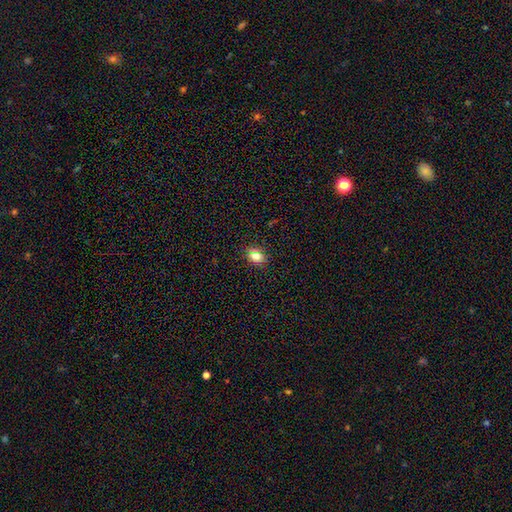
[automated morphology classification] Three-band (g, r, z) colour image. It shows a smooth galaxy with no disk features (76%) that is in between round and cigar-shaped (54%). Merging: none (88%).